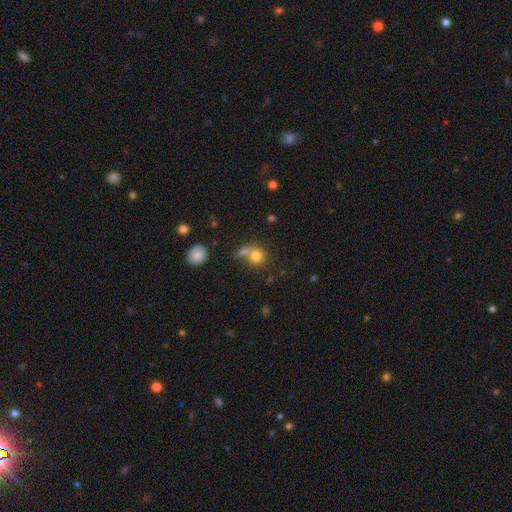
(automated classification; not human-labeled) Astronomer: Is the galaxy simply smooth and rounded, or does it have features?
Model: smooth — 78%.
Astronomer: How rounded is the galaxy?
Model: round — 83%.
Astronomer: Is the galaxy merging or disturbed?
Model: none — 48% (runner-up: merger, 38%).